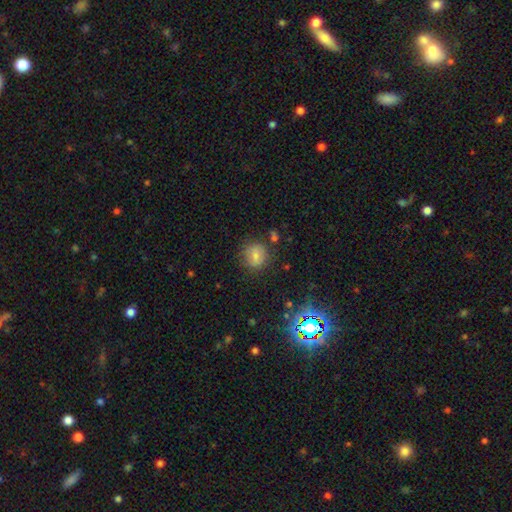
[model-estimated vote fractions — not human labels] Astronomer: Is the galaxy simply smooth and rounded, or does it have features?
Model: smooth — 74%.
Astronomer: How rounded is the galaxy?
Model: round — 81%.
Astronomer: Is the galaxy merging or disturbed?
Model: none — 74%.